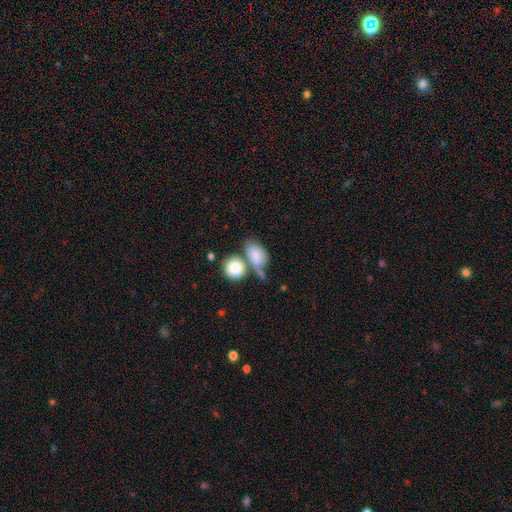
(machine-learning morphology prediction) A smooth galaxy with no disk features (78%) that is in between round and cigar-shaped (80%).

Vote fractions:
- Smooth or featured? smooth: 78% / featured or disk: 14% / star or artifact: 7%
- How rounded? in between: 80% / round: 17% / cigar-shaped: 3%
- Merging? merger: 40% / none: 33% / minor disturbance: 17% / major disturbance: 10%